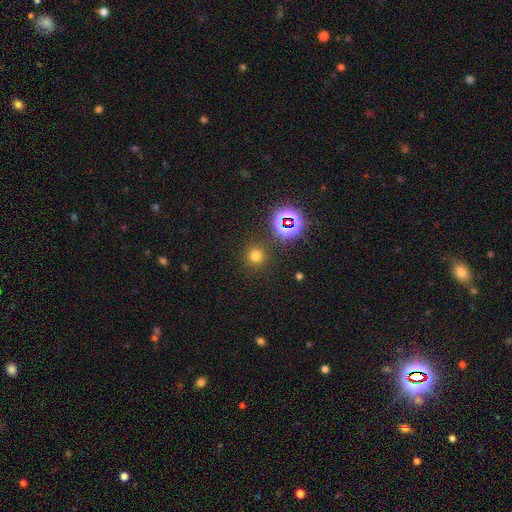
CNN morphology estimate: Overall: smooth (69%). How rounded: round (93%). Merging: none (88%).